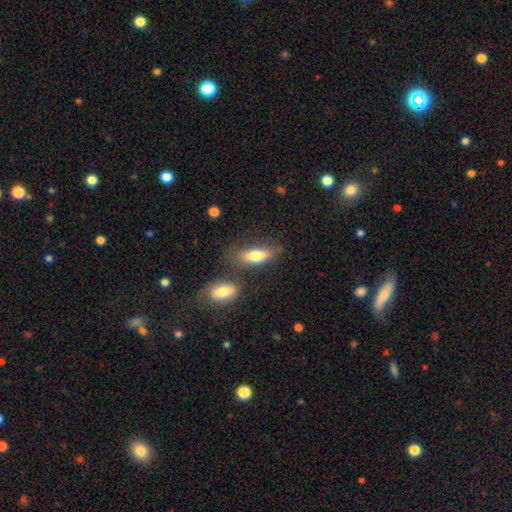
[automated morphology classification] This is likely a smooth galaxy (74%). How rounded: likely in between (70%). Merging: likely none (63%).